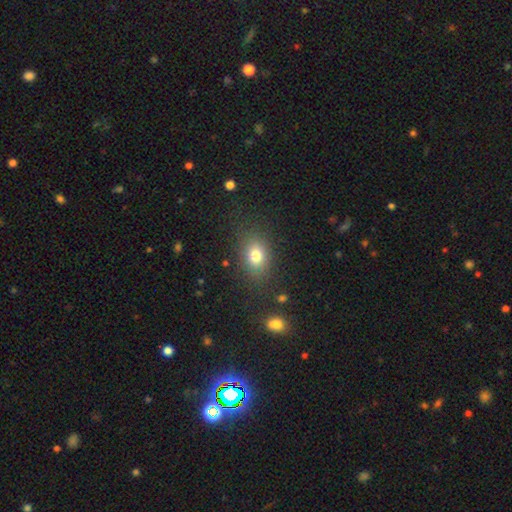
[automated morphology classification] Smooth or featured?
  - smooth: 77% *
  - star or artifact: 12%
  - featured or disk: 11%
How rounded?
  - in between: 68% *
  - round: 30%
  - cigar-shaped: 2%
Merging?
  - none: 81% *
  - minor disturbance: 12%
  - major disturbance: 5%
  - merger: 2%